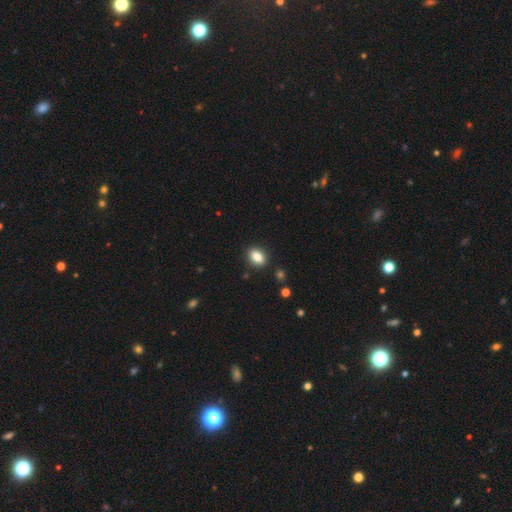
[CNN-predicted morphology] smooth 86%, star or artifact 9%, featured or disk 6%. Down the decision tree: how rounded — in between (74%); merging — none (88%).